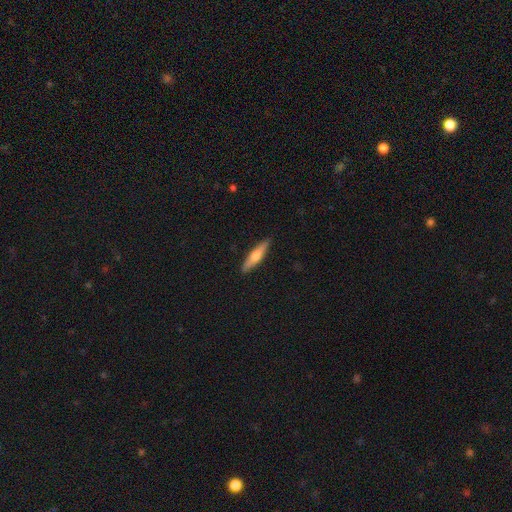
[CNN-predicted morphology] This is possibly a smooth galaxy (53%). How rounded: clearly cigar-shaped (81%). Merging: clearly none (90%).